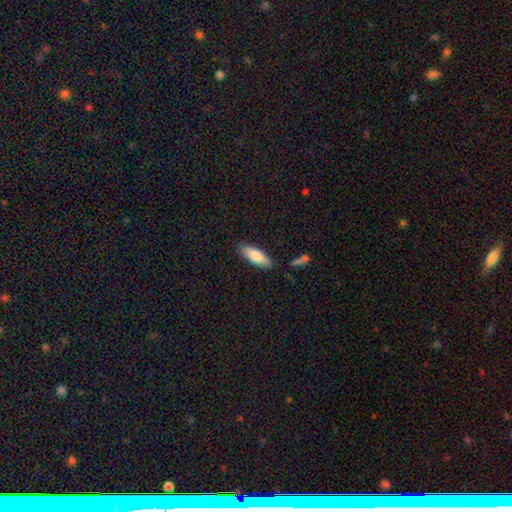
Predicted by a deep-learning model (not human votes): Q: Smooth or featured?
A: smooth (81%); runner-up: featured or disk (13%)
Q: How rounded?
A: in between (61%); runner-up: cigar-shaped (38%)
Q: Merging?
A: none (83%); runner-up: minor disturbance (12%)